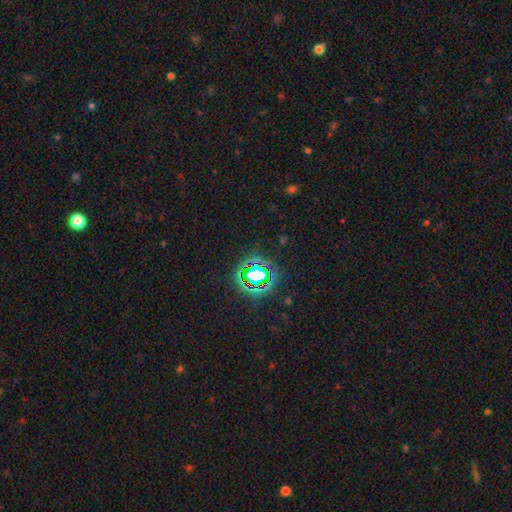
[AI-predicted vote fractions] Morphology: type=star or artifact (82%).